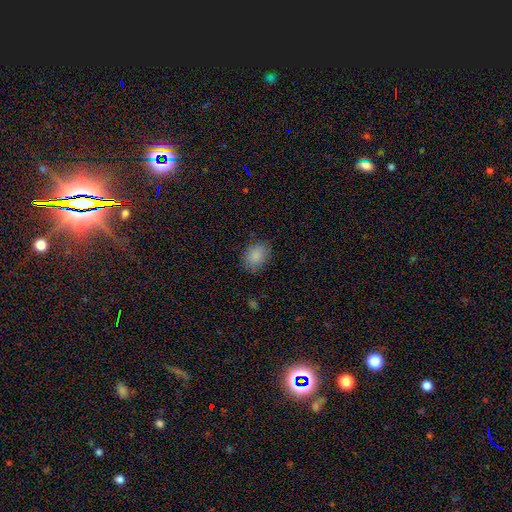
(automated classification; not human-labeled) Morphology: type=smooth (87%); roundness=in between (67%); merging=none (81%).